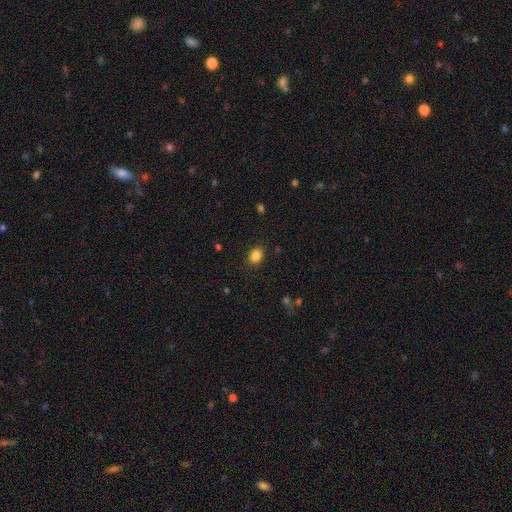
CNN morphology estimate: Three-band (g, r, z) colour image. It shows a smooth galaxy with no disk features (85%) that is in between round and cigar-shaped (53%). Merging: none (87%).